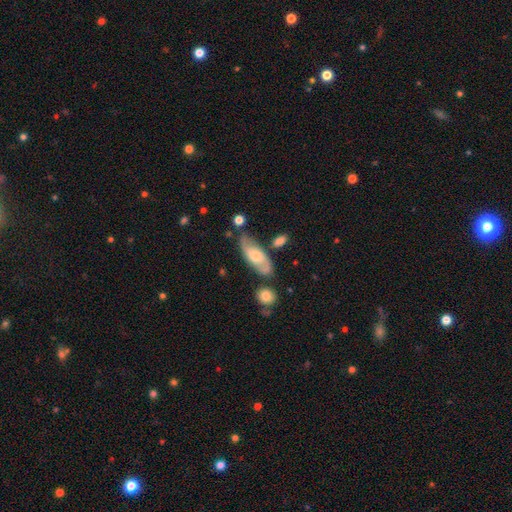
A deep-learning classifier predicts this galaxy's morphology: Q: Smooth or featured?
A: featured or disk (48%); runner-up: smooth (46%)
Q: Merging?
A: none (60%); runner-up: minor disturbance (22%)